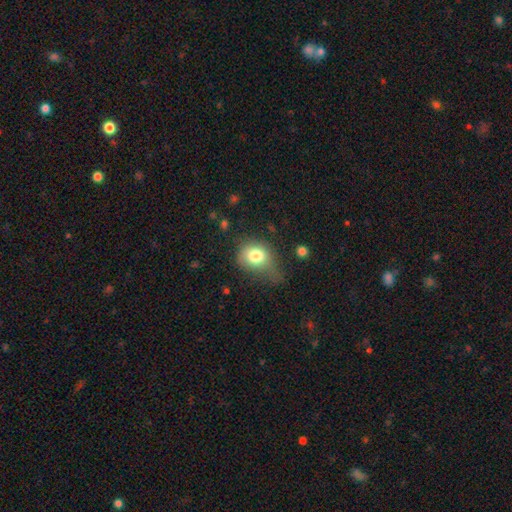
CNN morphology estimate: Smooth or featured? Predicted: smooth (p=0.78). How rounded? Predicted: round (p=0.57). Merging? Predicted: minor disturbance (p=0.36).